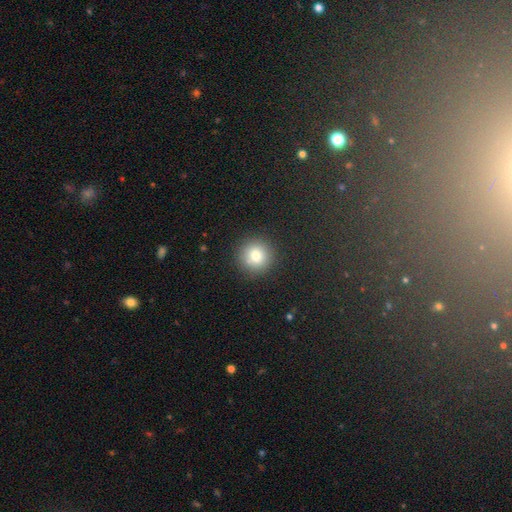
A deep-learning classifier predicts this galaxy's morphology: smooth 78%, star or artifact 12%, featured or disk 10%. Down the decision tree: how rounded — round (94%); merging — none (87%).